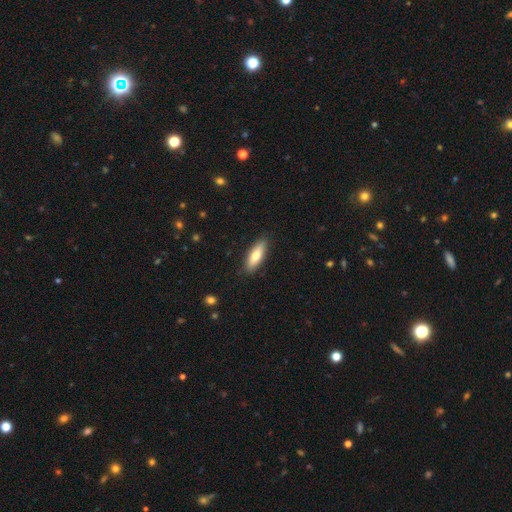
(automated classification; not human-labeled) A smooth galaxy with no disk features (73%) that is in between round and cigar-shaped (55%).

Vote fractions:
- Smooth or featured? smooth: 73% / featured or disk: 21% / star or artifact: 6%
- How rounded? in between: 55% / cigar-shaped: 43% / round: 2%
- Merging? none: 88% / minor disturbance: 9% / major disturbance: 2% / merger: 1%